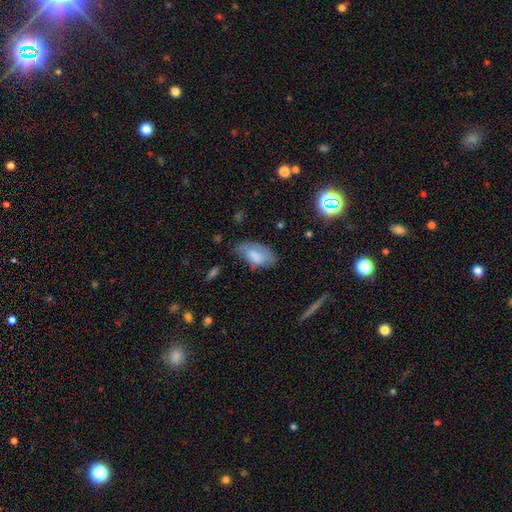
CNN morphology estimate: type=smooth (74%); roundness=in between (94%); merging=none (53%).